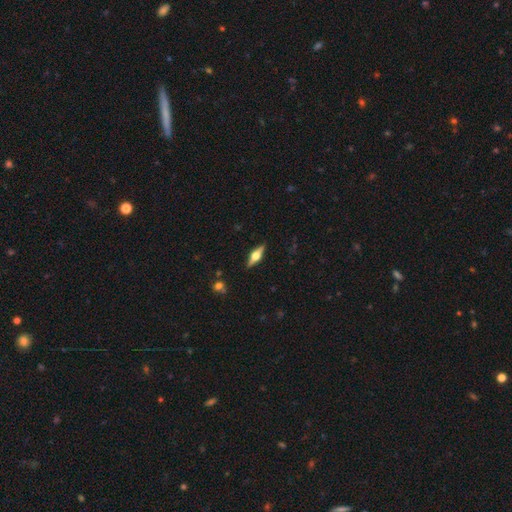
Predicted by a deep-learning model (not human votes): A featured or disk galaxy (70%) viewed edge-on (96%) with a rounded central bulge (94%).

Vote fractions:
- Smooth or featured? featured or disk: 70% / smooth: 24% / star or artifact: 6%
- Edge-on disk? yes: 96% / no: 4%
- Edge-on bulge? rounded: 94% / boxy: 5% / none: 1%
- Merging? none: 90% / minor disturbance: 7% / major disturbance: 2% / merger: 1%